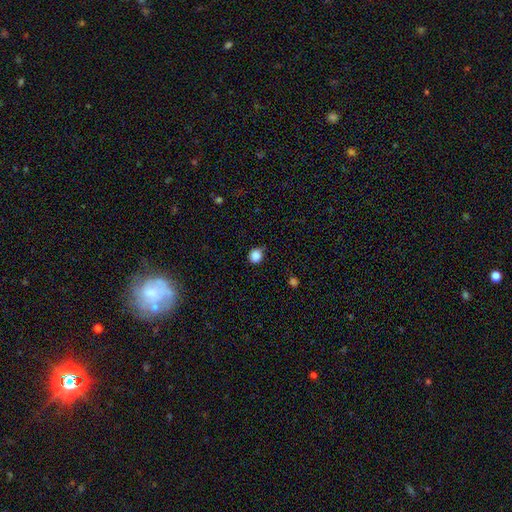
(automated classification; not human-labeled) Smooth or featured?
  - smooth: 85% *
  - star or artifact: 11%
  - featured or disk: 3%
How rounded?
  - round: 82% *
  - in between: 17%
  - cigar-shaped: 1%
Merging?
  - none: 75% *
  - minor disturbance: 19%
  - major disturbance: 4%
  - merger: 2%